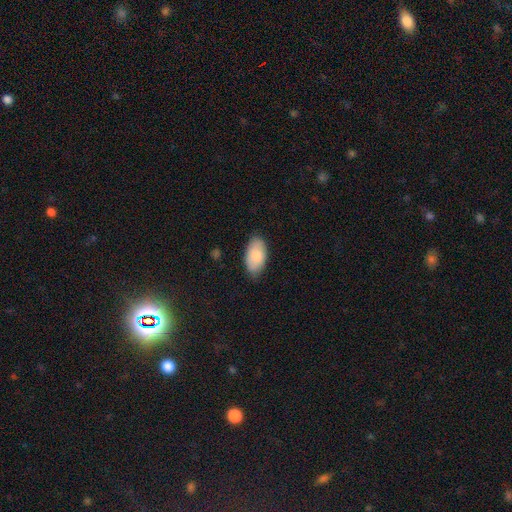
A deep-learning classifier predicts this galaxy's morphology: Smooth or featured? Predicted: smooth (p=0.81). How rounded? Predicted: in between (p=0.95). Merging? Predicted: none (p=0.80).